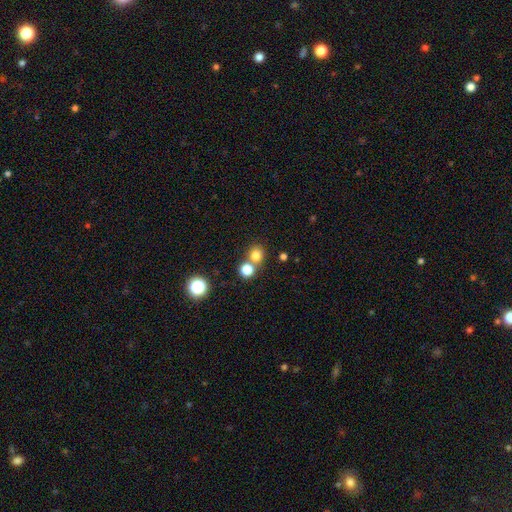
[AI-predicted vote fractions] This is likely a smooth galaxy (77%). How rounded: clearly round (86%). Merging: likely none (62%).